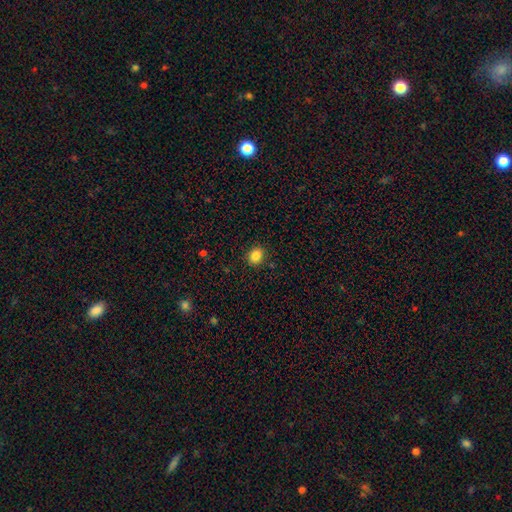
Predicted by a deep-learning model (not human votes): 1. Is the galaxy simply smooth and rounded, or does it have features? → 85% smooth, 10% star or artifact, 5% featured or disk.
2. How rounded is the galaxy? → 65% round, 34% in between, 1% cigar-shaped.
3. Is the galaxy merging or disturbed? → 89% none, 7% minor disturbance, 2% major disturbance, 1% merger.